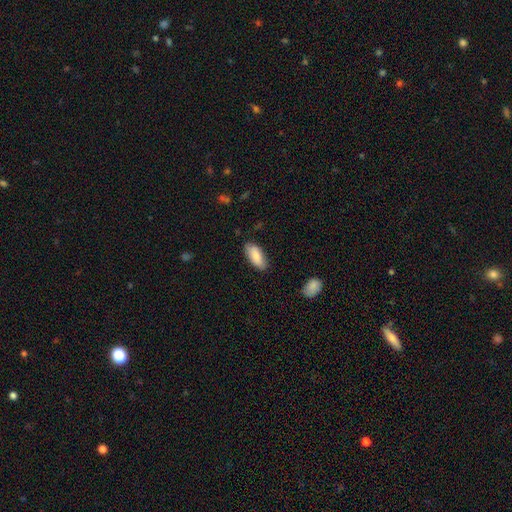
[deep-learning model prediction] smooth_or_featured: smooth (p=0.84) [alt: featured or disk p=0.10]
how_rounded: in between (p=0.86) [alt: cigar-shaped p=0.12]
merging: none (p=0.80) [alt: minor disturbance p=0.15]